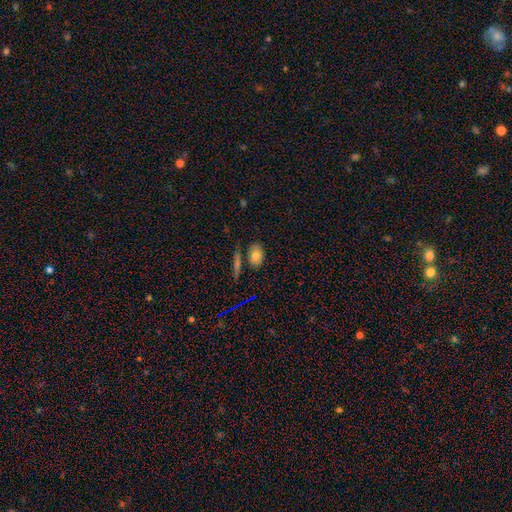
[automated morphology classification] smooth-or-featured: smooth: 77% | featured or disk: 12% | star or artifact: 10%
  how-rounded: in between: 86% | round: 11% | cigar-shaped: 3%
  merging: none: 70% | minor disturbance: 15% | merger: 11% | major disturbance: 4%